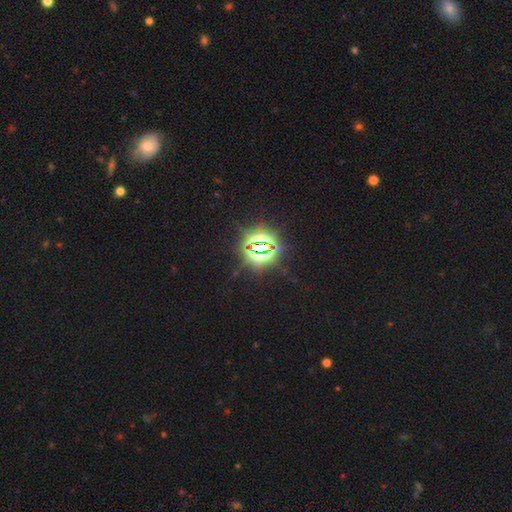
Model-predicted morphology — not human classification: The model was most divided on "smooth or featured": star or artifact: 84%, smooth: 8%, featured or disk: 8%.